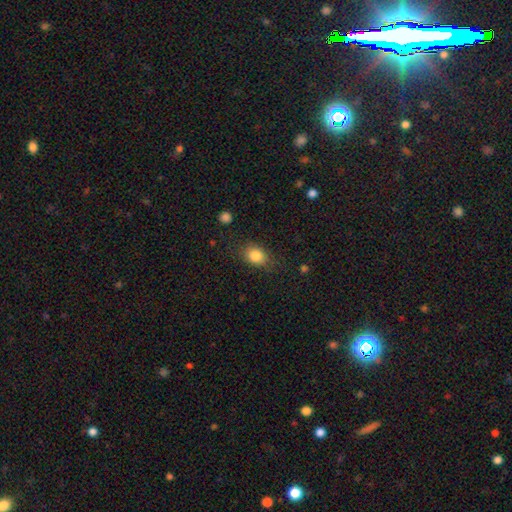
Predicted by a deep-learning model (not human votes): Smooth or featured: smooth — 84% (star or artifact — 9%)
How rounded: in between — 68% (round — 31%)
Merging: none — 77% (minor disturbance — 16%)